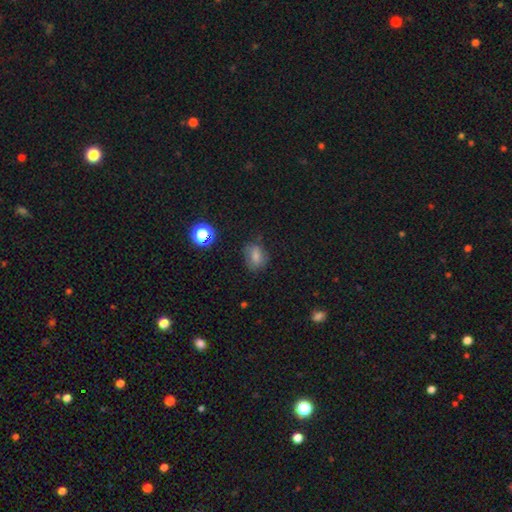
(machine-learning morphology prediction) Smooth or featured? smooth (72%)
How rounded? in between (64%)
Merging? none (63%)